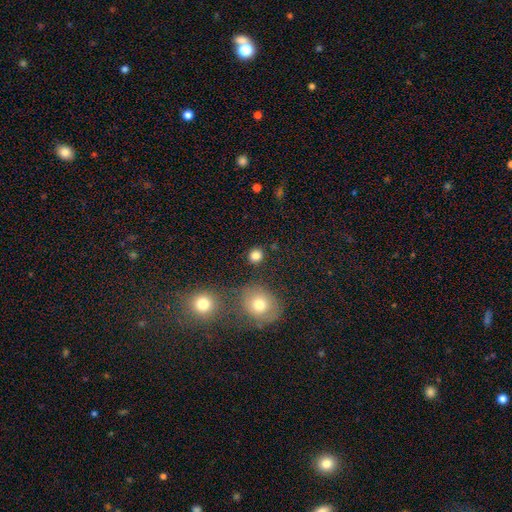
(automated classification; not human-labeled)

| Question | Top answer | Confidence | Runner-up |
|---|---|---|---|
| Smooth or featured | smooth | 82% | star or artifact (12%) |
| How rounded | round | 87% | in between (12%) |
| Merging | none | 87% | minor disturbance (7%) |